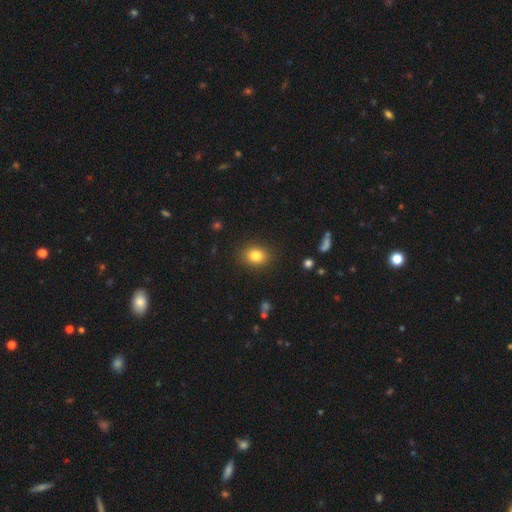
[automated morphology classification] type=smooth (83%); roundness=in between (53%); merging=none (88%).